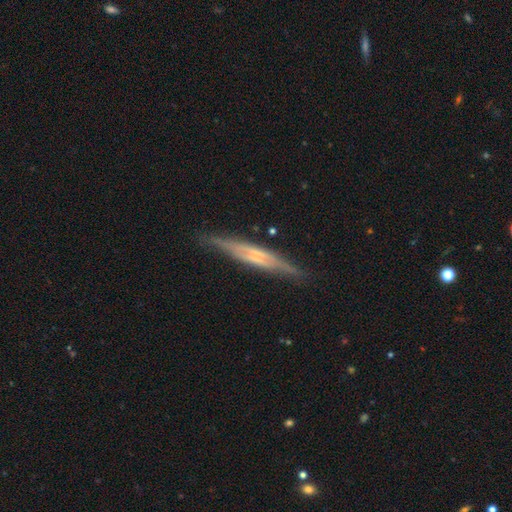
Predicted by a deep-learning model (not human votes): The model was most divided on "edge-on bulge": none: 41%, boxy: 32%, rounded: 27%. More confident: edge-on disk — yes (94%); merging — none (81%); smooth or featured — featured or disk (69%).